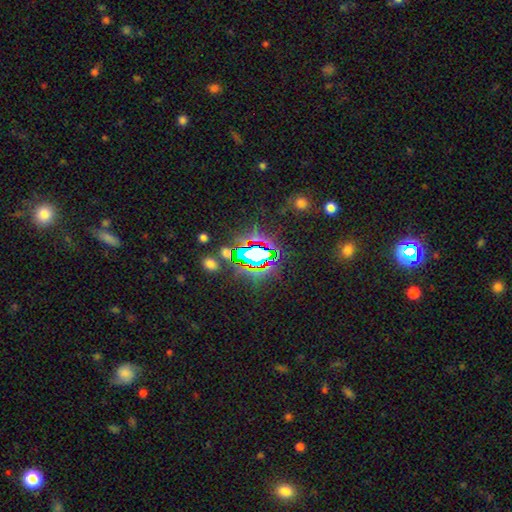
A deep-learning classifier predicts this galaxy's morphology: Smooth or featured? Predicted: star or artifact (p=0.72).